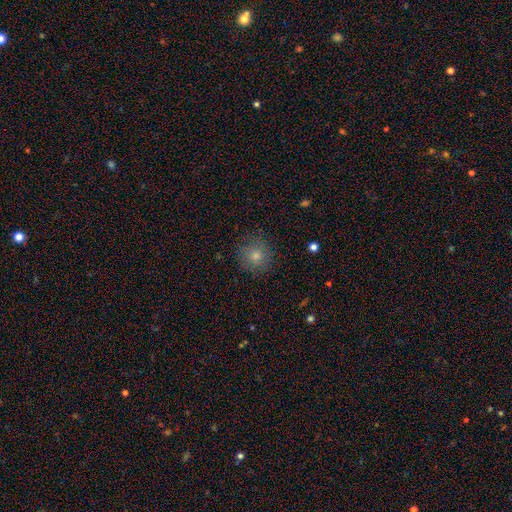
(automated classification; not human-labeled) Smooth or featured?
  - smooth: 68% *
  - star or artifact: 19%
  - featured or disk: 12%
How rounded?
  - round: 93% *
  - in between: 6%
  - cigar-shaped: 1%
Merging?
  - none: 85% *
  - minor disturbance: 11%
  - major disturbance: 3%
  - merger: 1%